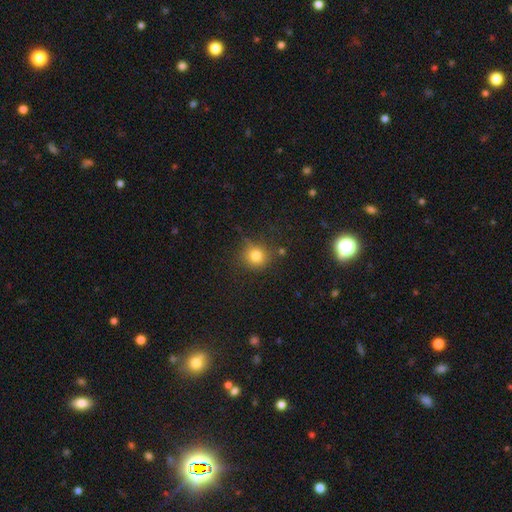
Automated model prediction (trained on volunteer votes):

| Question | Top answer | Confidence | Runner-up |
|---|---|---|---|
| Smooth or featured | smooth | 78% | star or artifact (15%) |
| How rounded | round | 91% | in between (8%) |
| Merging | none | 80% | minor disturbance (13%) |